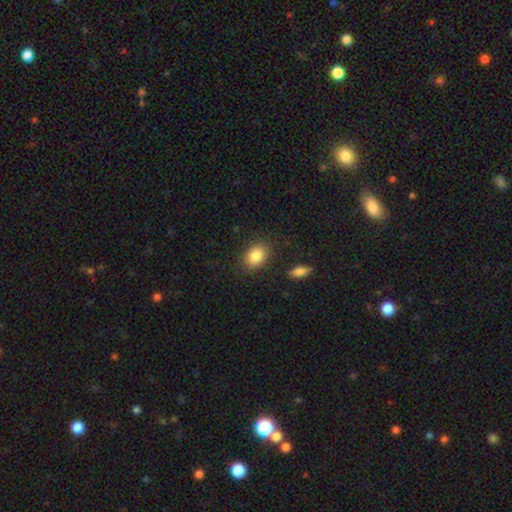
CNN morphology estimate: type=smooth (85%); roundness=in between (73%); merging=none (82%).